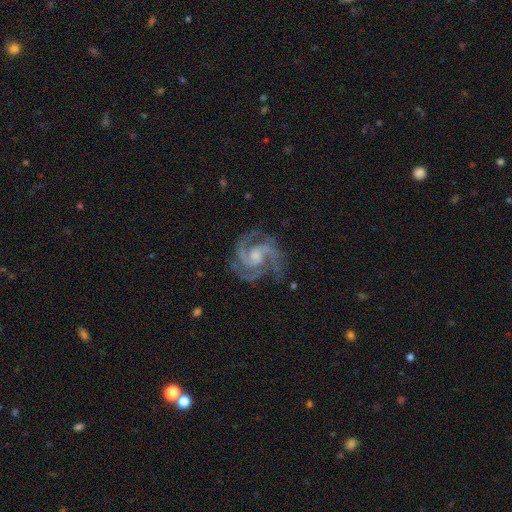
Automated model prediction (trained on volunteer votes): Q: Smooth or featured?
A: featured or disk (93%); runner-up: star or artifact (4%)
Q: Edge-on disk?
A: no (98%); runner-up: yes (2%)
Q: Bar?
A: no (53%); runner-up: weak (37%)
Q: Spiral arms?
A: yes (99%); runner-up: no (1%)
Q: Spiral winding?
A: medium (49%); runner-up: tight (46%)
Q: Spiral arm count?
A: 3 (56%); runner-up: 2 (23%)
Q: Bulge size?
A: moderate (46%); runner-up: small (39%)
Q: Merging?
A: none (76%); runner-up: minor disturbance (16%)